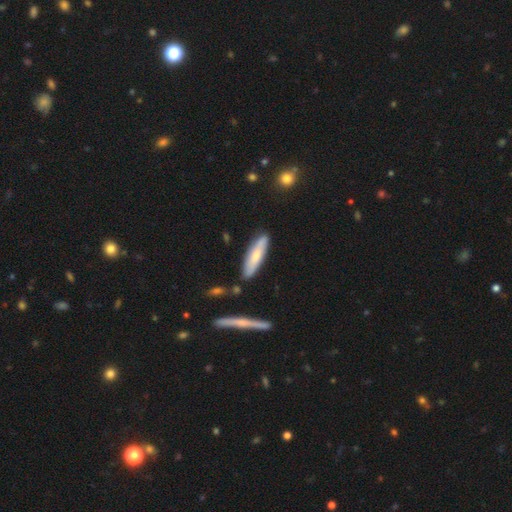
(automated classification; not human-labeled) A smooth galaxy with no disk features (63%) that is cigar-shaped (68%). Merging: none (81%).